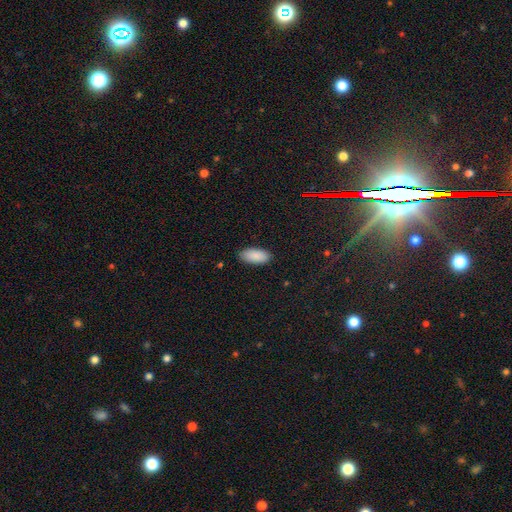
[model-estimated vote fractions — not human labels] This appears to be a smooth galaxy with no disk features (90%) that is in between round and cigar-shaped (91%). Merging: none (88%).